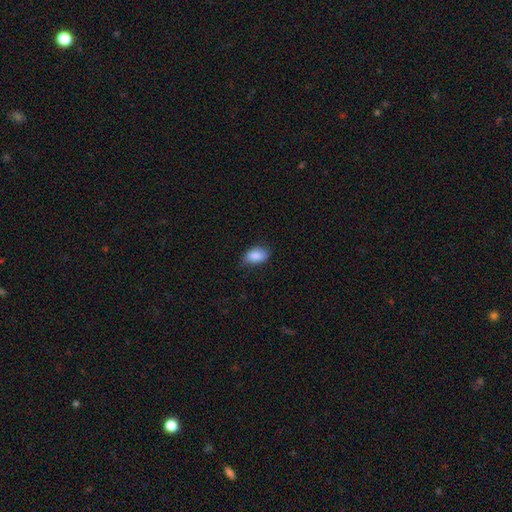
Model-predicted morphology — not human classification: Smooth or featured: smooth — 88% (star or artifact — 7%)
How rounded: in between — 90% (round — 8%)
Merging: none — 72% (minor disturbance — 22%)